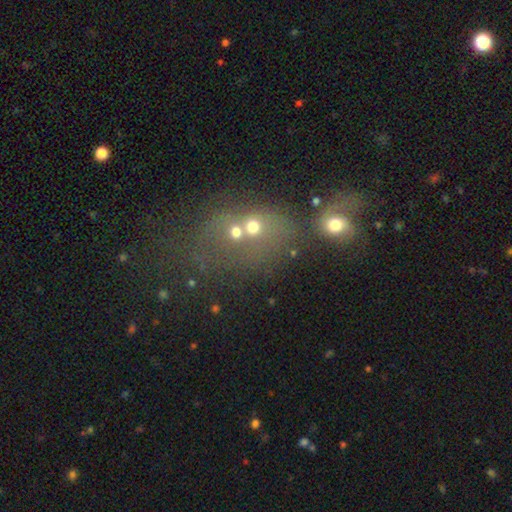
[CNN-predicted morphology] smooth_or_featured: smooth (p=0.51) [alt: featured or disk p=0.26]
how_rounded: round (p=0.56) [alt: in between p=0.42]
merging: merger (p=0.63) [alt: none p=0.20]